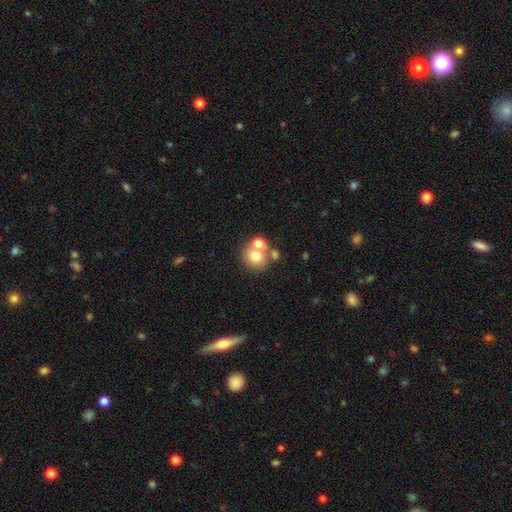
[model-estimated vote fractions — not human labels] Q: Smooth or featured?
A: smooth (71%); runner-up: featured or disk (17%)
Q: How rounded?
A: round (81%); runner-up: in between (18%)
Q: Merging?
A: none (47%); runner-up: merger (41%)